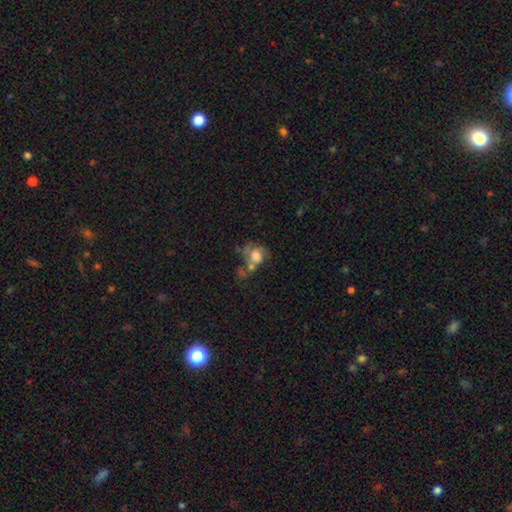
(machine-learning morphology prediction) Smooth or featured?
  - smooth: 50% *
  - featured or disk: 40%
  - star or artifact: 10%
How rounded?
  - round: 56% *
  - in between: 43%
  - cigar-shaped: 1%
Merging?
  - merger: 32% *
  - major disturbance: 25%
  - none: 25%
  - minor disturbance: 18%